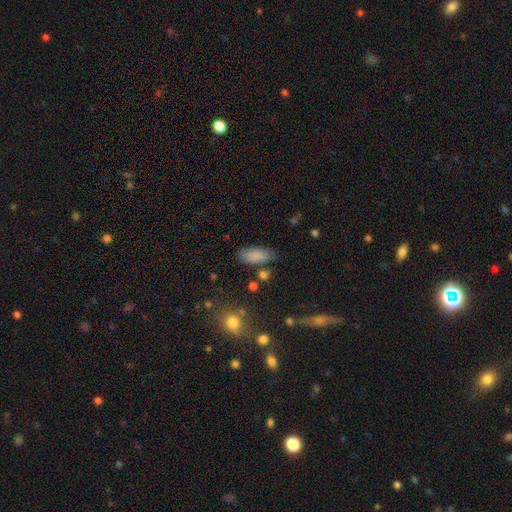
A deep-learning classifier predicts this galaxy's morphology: smooth 85%, star or artifact 8%, featured or disk 7%. Down the decision tree: how rounded — in between (86%); merging — none (76%).